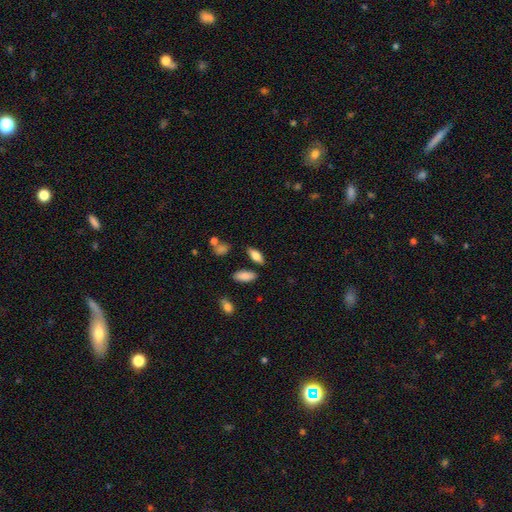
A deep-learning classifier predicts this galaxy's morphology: smooth-or-featured: smooth: 79% | featured or disk: 14% | star or artifact: 8%
  how-rounded: in between: 76% | cigar-shaped: 21% | round: 3%
  merging: none: 79% | minor disturbance: 12% | merger: 6% | major disturbance: 3%